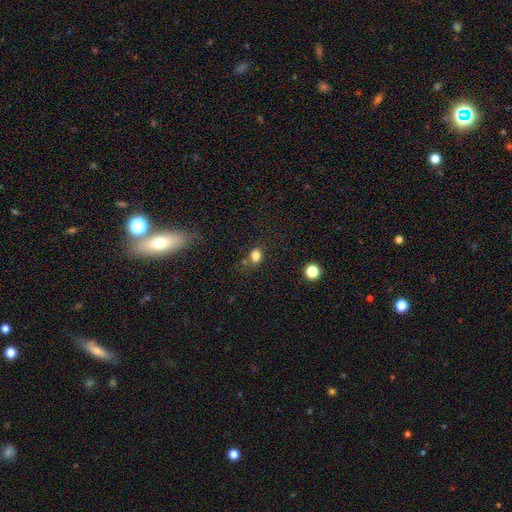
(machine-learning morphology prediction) smooth-or-featured: smooth: 81% | star or artifact: 13% | featured or disk: 6%
  how-rounded: in between: 52% | round: 46% | cigar-shaped: 1%
  merging: none: 68% | minor disturbance: 16% | merger: 10% | major disturbance: 6%